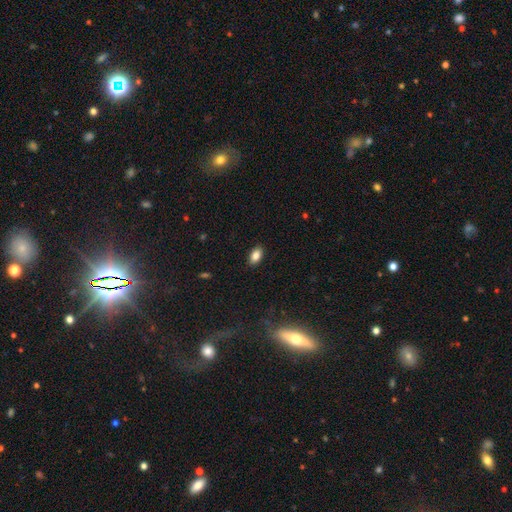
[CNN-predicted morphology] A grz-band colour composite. It shows a smooth galaxy with no disk features (84%) that is in between round and cigar-shaped (90%). Merging: none (88%).